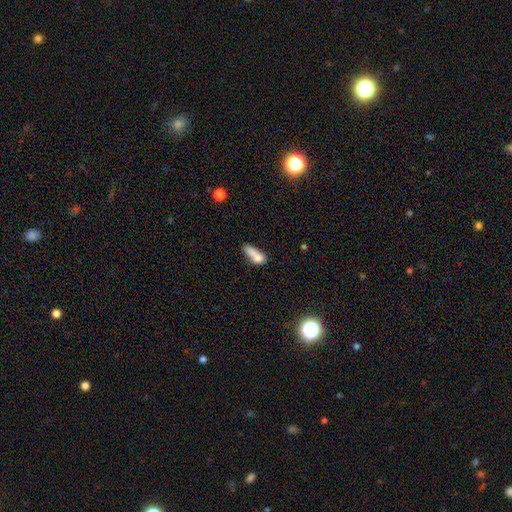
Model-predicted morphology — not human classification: This is likely a smooth galaxy (71%). How rounded: likely in between (66%). Merging: marginally merger (43%).